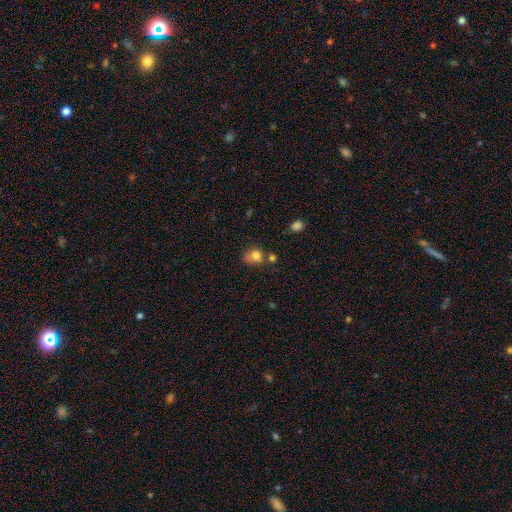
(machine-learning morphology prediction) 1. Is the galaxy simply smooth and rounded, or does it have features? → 77% smooth, 12% star or artifact, 11% featured or disk.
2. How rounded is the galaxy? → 65% round, 34% in between, 1% cigar-shaped.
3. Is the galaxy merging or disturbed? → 44% none, 25% minor disturbance, 21% merger, 11% major disturbance.